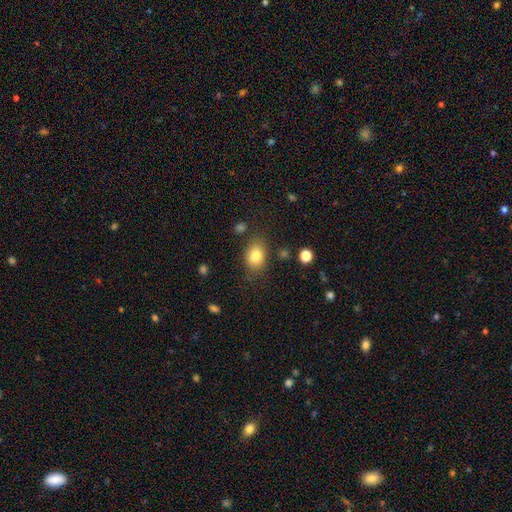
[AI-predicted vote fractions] Smooth or featured?
  - smooth: 82% *
  - star or artifact: 9%
  - featured or disk: 9%
How rounded?
  - in between: 73% *
  - round: 26%
  - cigar-shaped: 1%
Merging?
  - none: 75% *
  - minor disturbance: 16%
  - major disturbance: 5%
  - merger: 4%